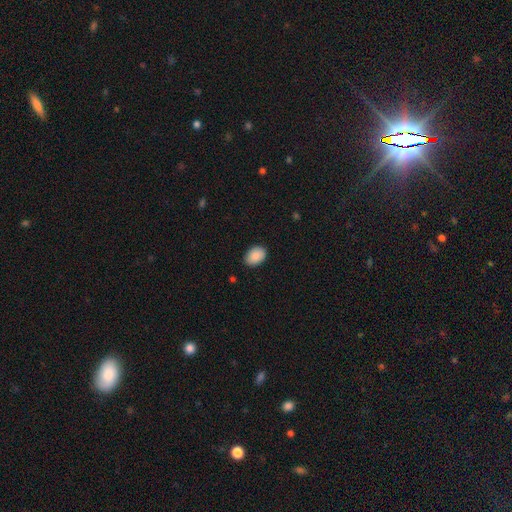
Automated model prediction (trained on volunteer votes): smooth_or_featured: smooth (p=0.89) [alt: star or artifact p=0.07]
how_rounded: in between (p=0.79) [alt: round p=0.20]
merging: none (p=0.85) [alt: minor disturbance p=0.12]